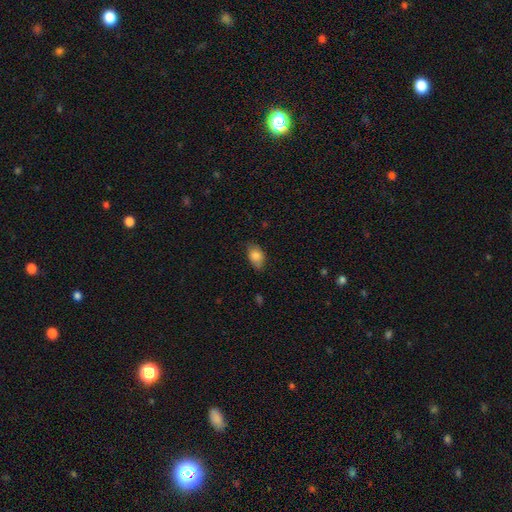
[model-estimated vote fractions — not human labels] Smooth or featured? smooth (83%)
How rounded? in between (86%)
Merging? none (71%)